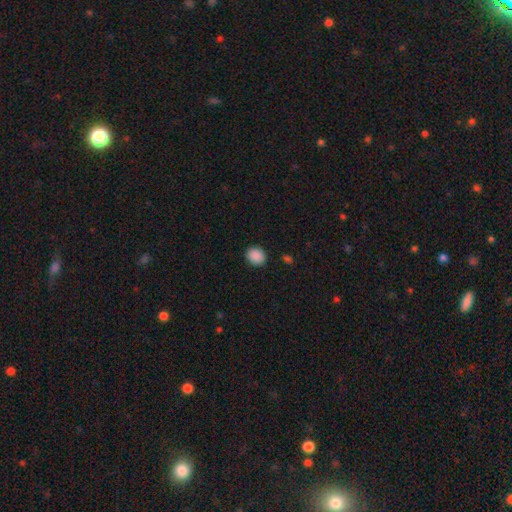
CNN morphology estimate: Smooth or featured?
  - smooth: 89% *
  - star or artifact: 8%
  - featured or disk: 2%
How rounded?
  - round: 70% *
  - in between: 30%
  - cigar-shaped: 1%
Merging?
  - none: 90% *
  - minor disturbance: 7%
  - major disturbance: 2%
  - merger: 1%